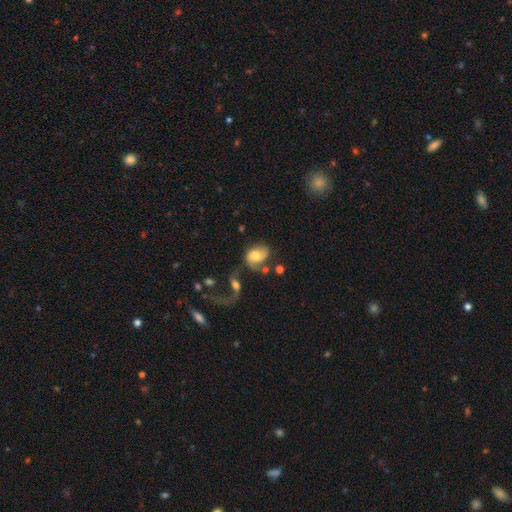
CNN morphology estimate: type=featured or disk (53%); edge-on=no (96%); bar=no (64%); spiral arms=yes (83%); bulge=moderate (61%); merging=none (36%).